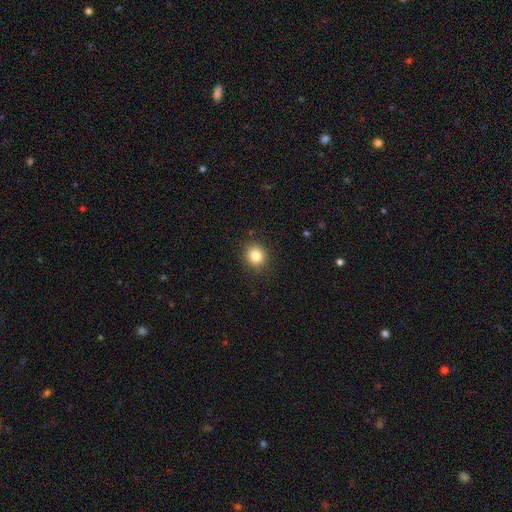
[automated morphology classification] Q: Smooth or featured?
A: smooth (83%); runner-up: star or artifact (11%)
Q: How rounded?
A: round (78%); runner-up: in between (21%)
Q: Merging?
A: none (89%); runner-up: minor disturbance (8%)